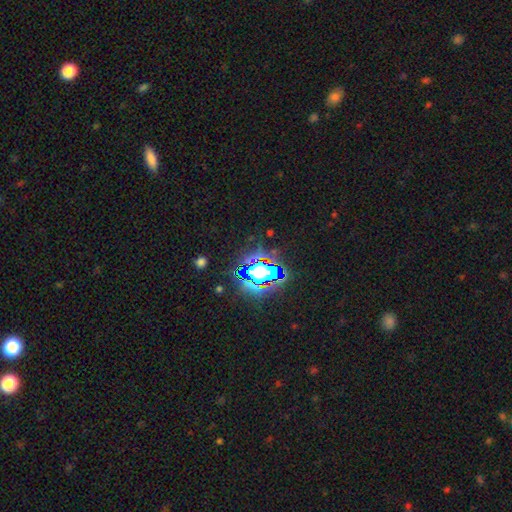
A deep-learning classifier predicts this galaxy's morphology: This is clearly a star or artifact rather than a galaxy (80%).